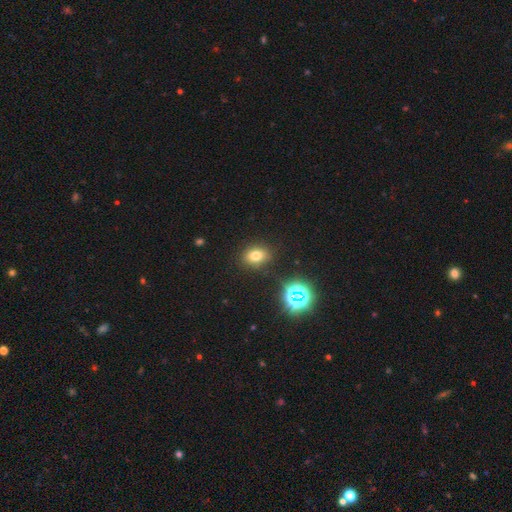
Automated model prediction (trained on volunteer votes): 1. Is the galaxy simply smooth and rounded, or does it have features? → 73% smooth, 19% star or artifact, 8% featured or disk.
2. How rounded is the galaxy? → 58% in between, 41% round, 1% cigar-shaped.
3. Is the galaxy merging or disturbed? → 86% none, 9% minor disturbance, 3% major disturbance, 2% merger.